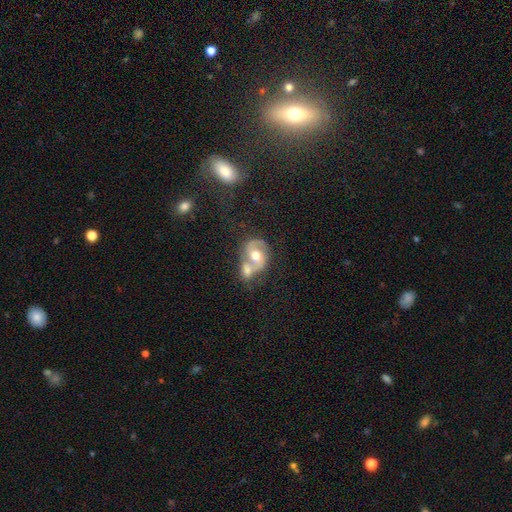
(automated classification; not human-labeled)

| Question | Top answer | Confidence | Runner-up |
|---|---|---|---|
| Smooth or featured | featured or disk | 70% | smooth (23%) |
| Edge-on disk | no | 97% | yes (3%) |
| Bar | no | 59% | weak (31%) |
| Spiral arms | yes | 79% | no (21%) |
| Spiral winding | medium | 50% | tight (26%) |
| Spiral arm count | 2 | 82% | can't tell (8%) |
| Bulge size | moderate | 72% | large (15%) |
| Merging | merger | 53% | none (28%) |